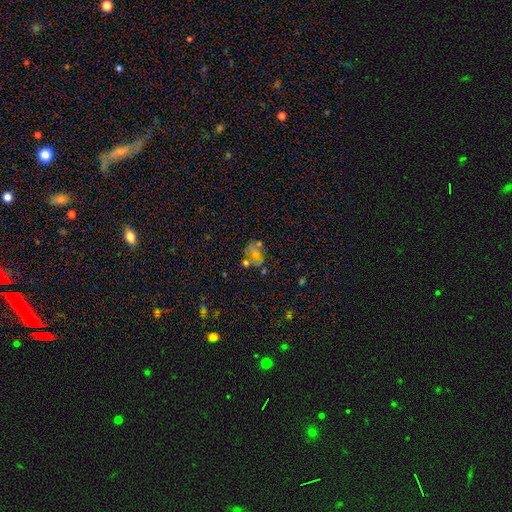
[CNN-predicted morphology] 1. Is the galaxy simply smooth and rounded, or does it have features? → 35% star or artifact, 33% smooth, 31% featured or disk.